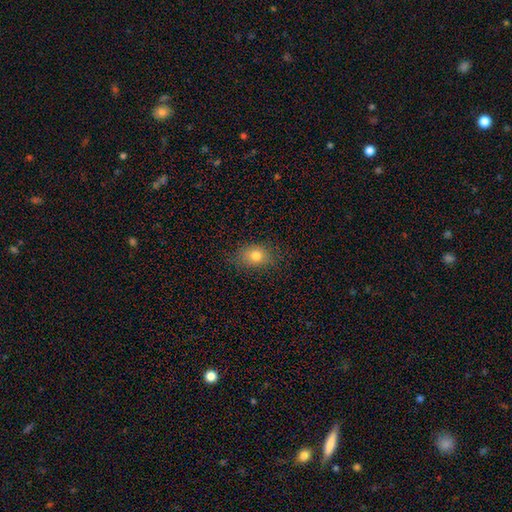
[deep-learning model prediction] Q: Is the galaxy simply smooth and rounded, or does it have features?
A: smooth — 79%.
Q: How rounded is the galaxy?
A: in between — 66%.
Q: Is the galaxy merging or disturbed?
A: none — 80%.